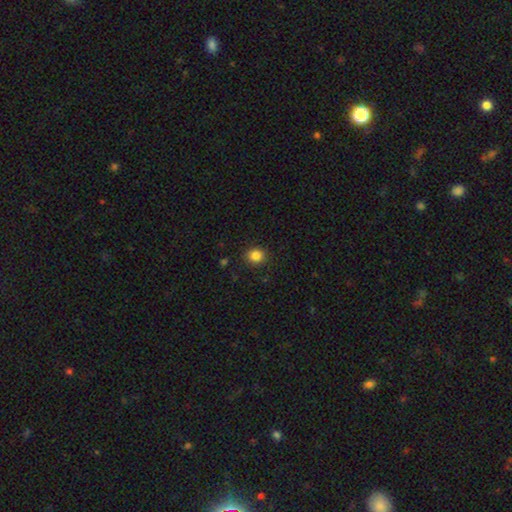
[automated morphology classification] smooth_or_featured: smooth (p=0.85) [alt: star or artifact p=0.11]
how_rounded: round (p=0.79) [alt: in between p=0.20]
merging: none (p=0.89) [alt: minor disturbance p=0.07]